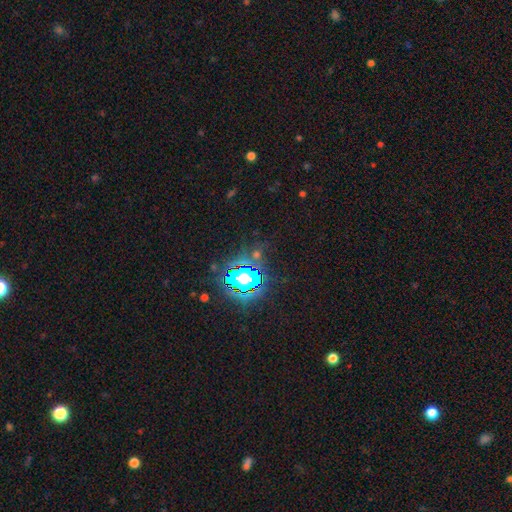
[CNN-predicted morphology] A star or artifact, not a galaxy (73%).